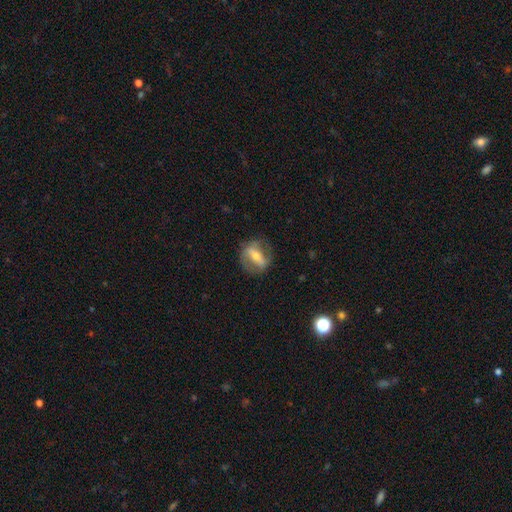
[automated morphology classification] featured or disk 63%, smooth 30%, star or artifact 7%. Down the decision tree: edge-on disk — no (82%); bar — strong (65%); spiral arms — yes (50%, tied with no); bulge size — moderate (51%); merging — none (75%).